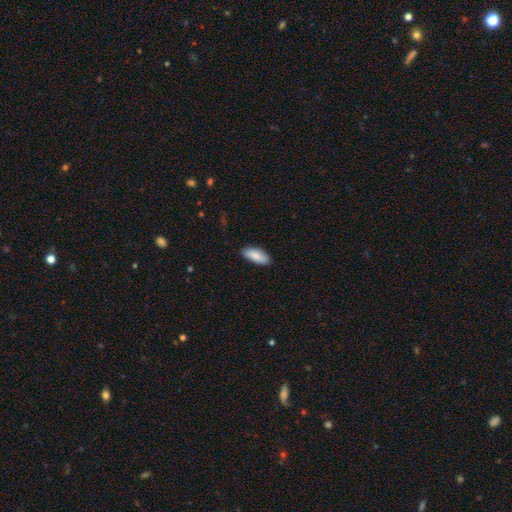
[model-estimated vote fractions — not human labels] Smooth or featured? smooth (86%)
How rounded? in between (83%)
Merging? none (85%)